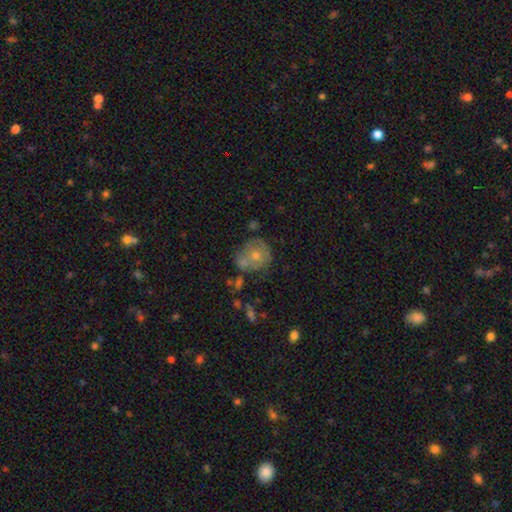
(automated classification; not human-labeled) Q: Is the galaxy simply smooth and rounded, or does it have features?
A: smooth — 47%.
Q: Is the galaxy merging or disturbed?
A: none — 56%.